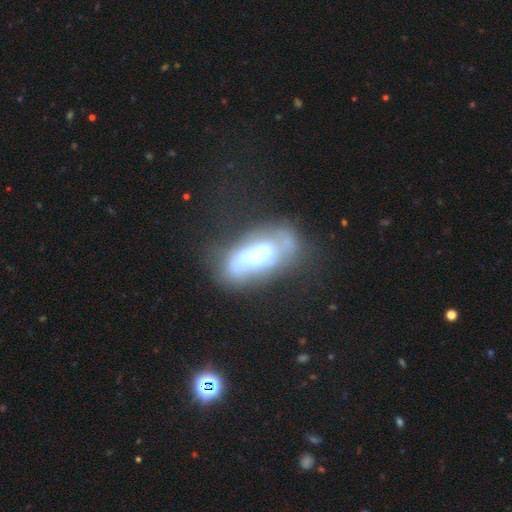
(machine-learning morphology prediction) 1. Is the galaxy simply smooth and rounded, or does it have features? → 50% featured or disk, 40% smooth, 11% star or artifact.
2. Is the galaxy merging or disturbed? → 34% none, 28% major disturbance, 22% minor disturbance, 16% merger.